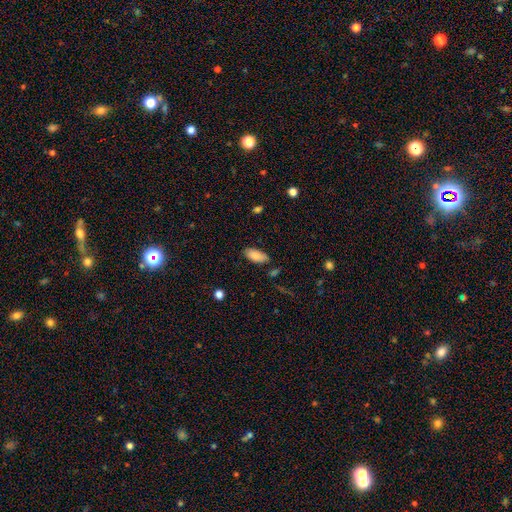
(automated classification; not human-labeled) Overall: smooth (85%). How rounded: in between (90%). Merging: none (81%).